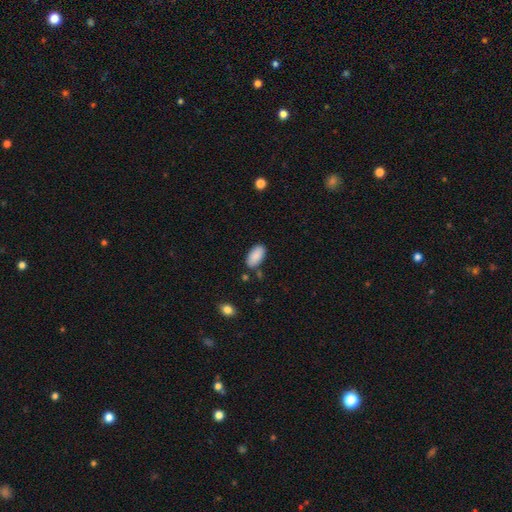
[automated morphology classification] A smooth galaxy with no disk features (89%) that is in between round and cigar-shaped (94%). Merging: none (80%).